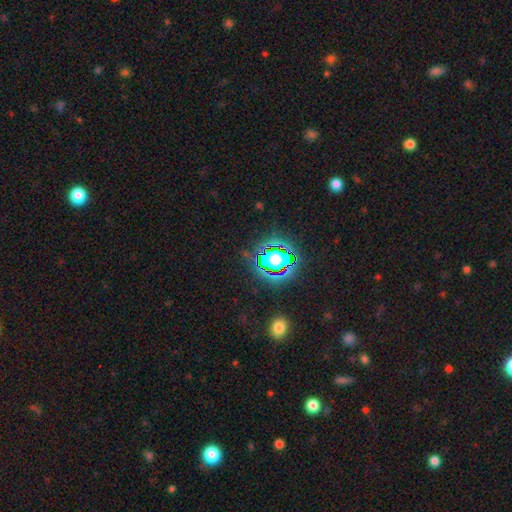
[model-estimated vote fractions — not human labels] Smooth or featured? star or artifact (79%)